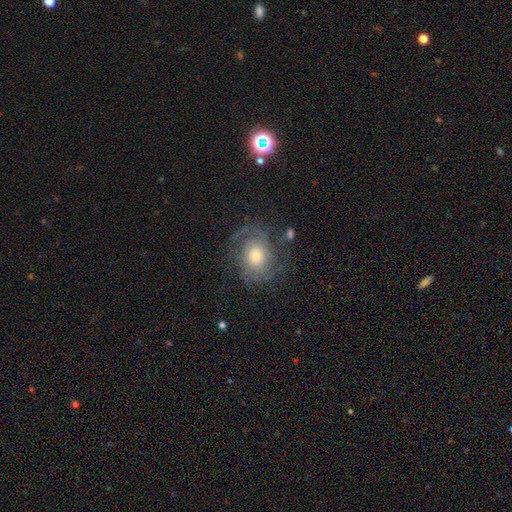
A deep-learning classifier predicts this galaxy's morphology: Smooth or featured: featured or disk — 76% (smooth — 16%)
Edge-on disk: no — 97% (yes — 3%)
Bar: no — 74% (weak — 22%)
Spiral arms: yes — 92% (no — 8%)
Spiral winding: tight — 45% (medium — 40%)
Spiral arm count: 2 — 55% (can't tell — 20%)
Bulge size: moderate — 61% (small — 21%)
Merging: none — 69% (minor disturbance — 17%)